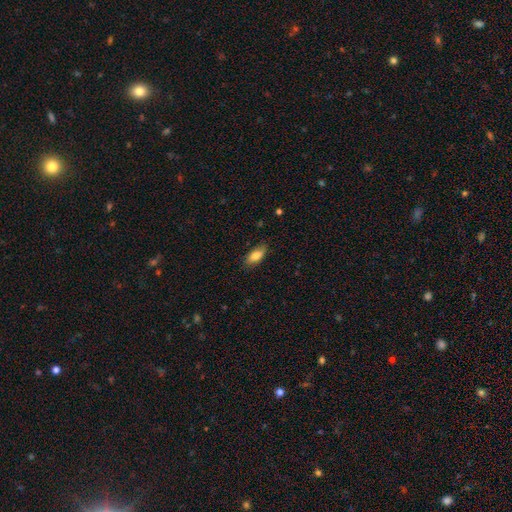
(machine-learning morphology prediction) type=smooth (82%); roundness=in between (84%); merging=none (82%).